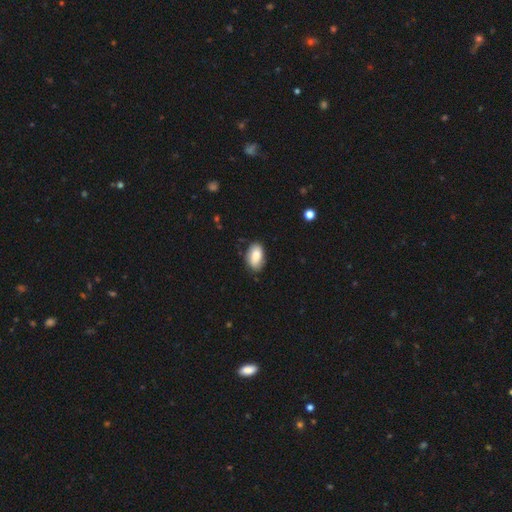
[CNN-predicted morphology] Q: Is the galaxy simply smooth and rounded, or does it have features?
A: smooth — 84%.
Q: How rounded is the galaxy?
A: in between — 93%.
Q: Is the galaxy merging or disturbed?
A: none — 77%.